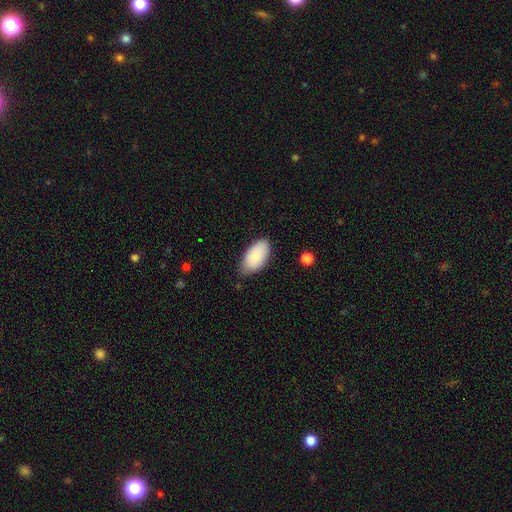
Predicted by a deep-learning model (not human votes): Smooth or featured? smooth (86%)
How rounded? in between (95%)
Merging? none (73%)